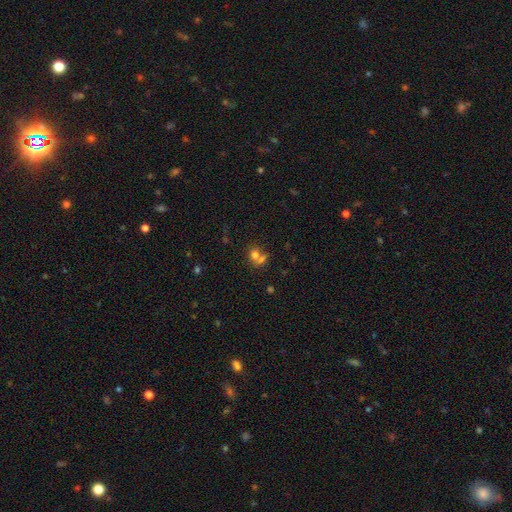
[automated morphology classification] This appears to be a smooth galaxy with no disk features (69%) that is round (71%). Merging: merger (51%).